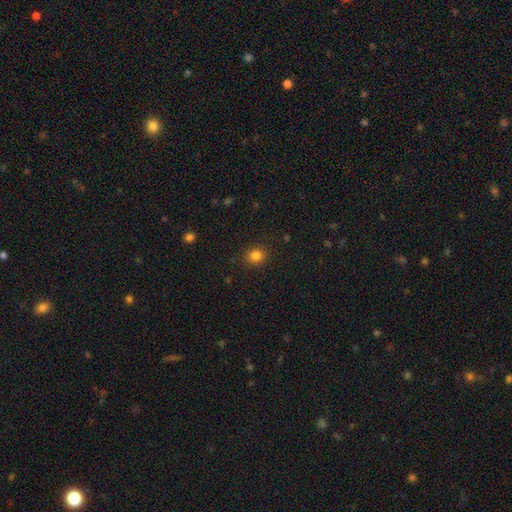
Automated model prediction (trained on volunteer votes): Smooth or featured? smooth (82%)
How rounded? round (77%)
Merging? none (89%)